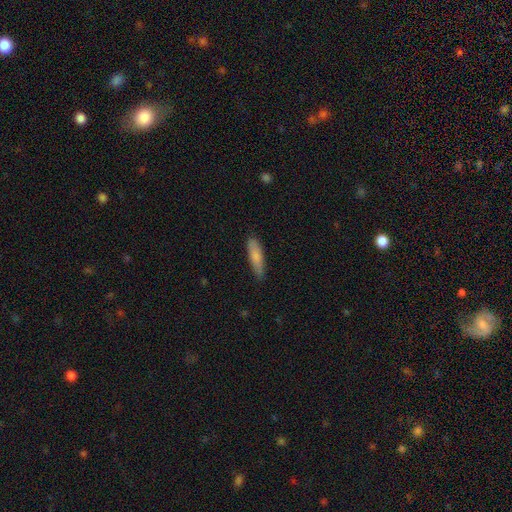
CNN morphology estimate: Smooth or featured? Predicted: smooth (p=0.80). How rounded? Predicted: cigar-shaped (p=0.68). Merging? Predicted: none (p=0.80).